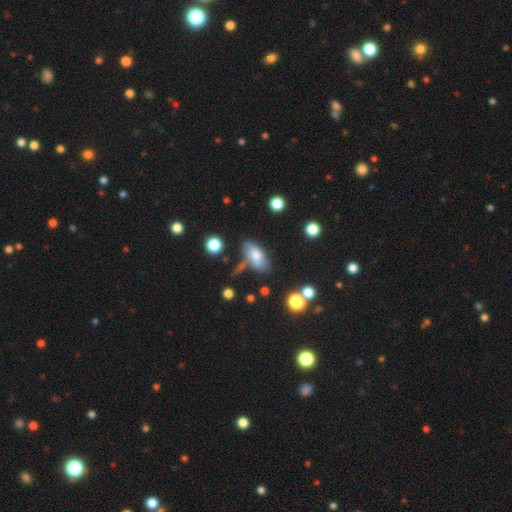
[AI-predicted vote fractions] Smooth or featured?
  - smooth: 71% *
  - featured or disk: 20%
  - star or artifact: 8%
How rounded?
  - in between: 85% *
  - cigar-shaped: 11%
  - round: 4%
Merging?
  - none: 60% *
  - minor disturbance: 21%
  - merger: 12%
  - major disturbance: 8%